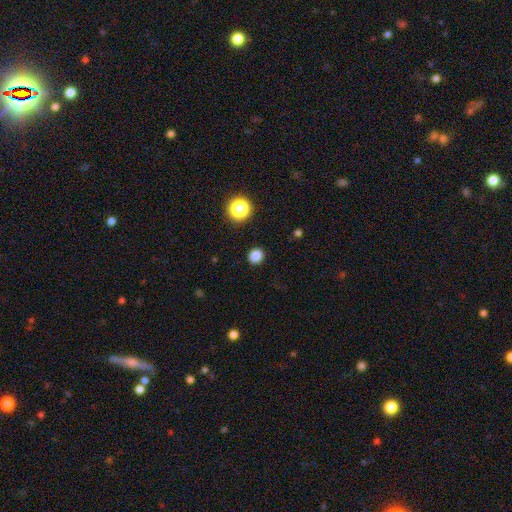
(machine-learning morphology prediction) type=smooth (83%); roundness=round (88%); merging=none (91%).